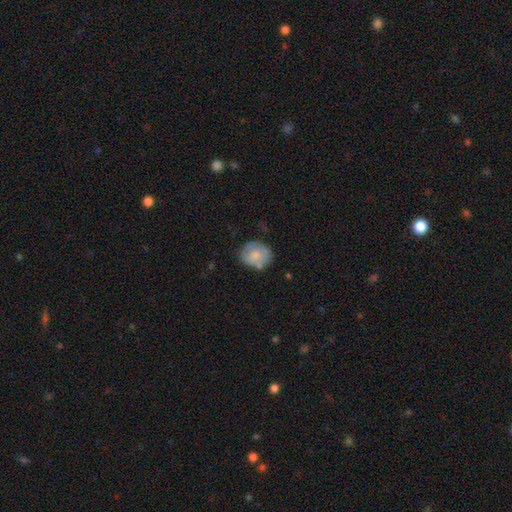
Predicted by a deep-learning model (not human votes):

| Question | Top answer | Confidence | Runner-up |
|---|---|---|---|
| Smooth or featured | smooth | 68% | featured or disk (26%) |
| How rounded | round | 59% | in between (40%) |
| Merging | none | 62% | minor disturbance (24%) |